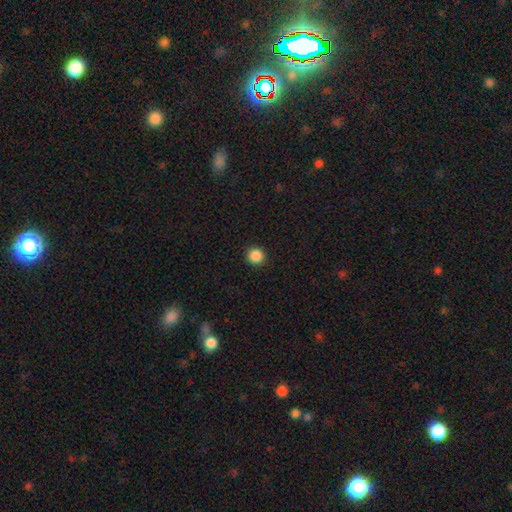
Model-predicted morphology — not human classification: Q: Smooth or featured?
A: smooth (87%); runner-up: star or artifact (10%)
Q: How rounded?
A: round (94%); runner-up: in between (5%)
Q: Merging?
A: none (92%); runner-up: minor disturbance (5%)